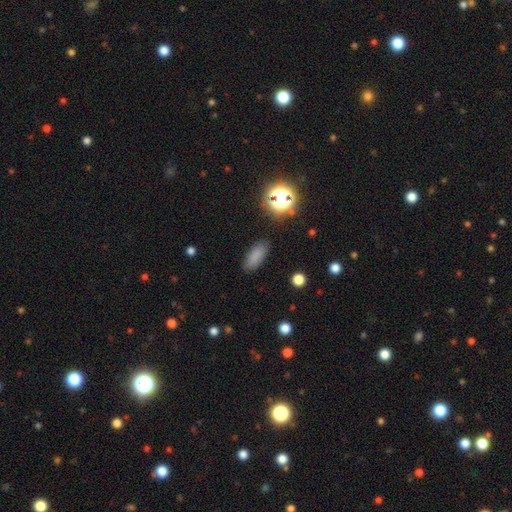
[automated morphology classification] Q: Smooth or featured?
A: smooth (82%); runner-up: star or artifact (12%)
Q: How rounded?
A: in between (80%); runner-up: cigar-shaped (16%)
Q: Merging?
A: none (86%); runner-up: minor disturbance (10%)